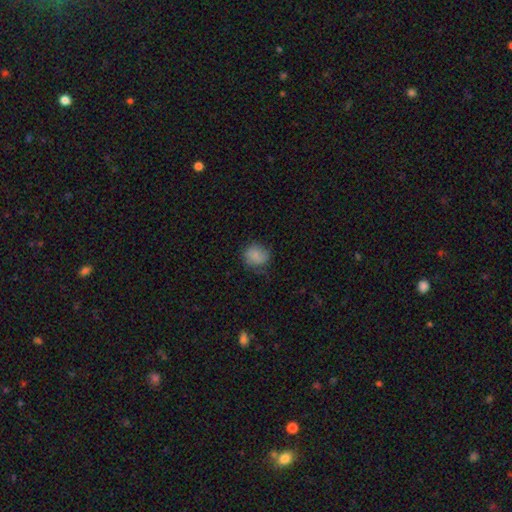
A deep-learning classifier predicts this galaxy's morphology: smooth 79%, featured or disk 12%, star or artifact 9%. Down the decision tree: how rounded — round (76%); merging — none (65%).